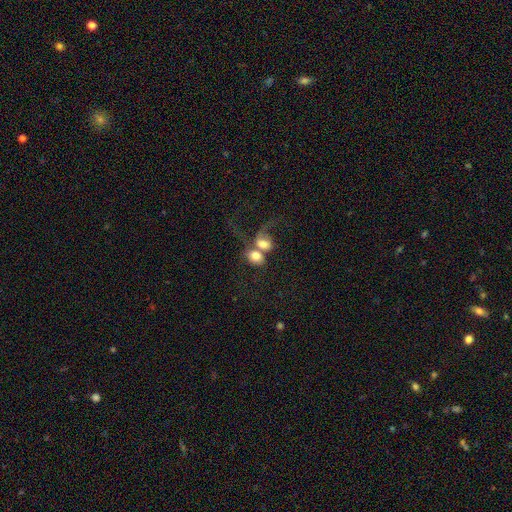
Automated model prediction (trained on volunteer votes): Q: Smooth or featured?
A: smooth (66%); runner-up: featured or disk (25%)
Q: How rounded?
A: in between (57%); runner-up: round (41%)
Q: Merging?
A: merger (72%); runner-up: none (12%)